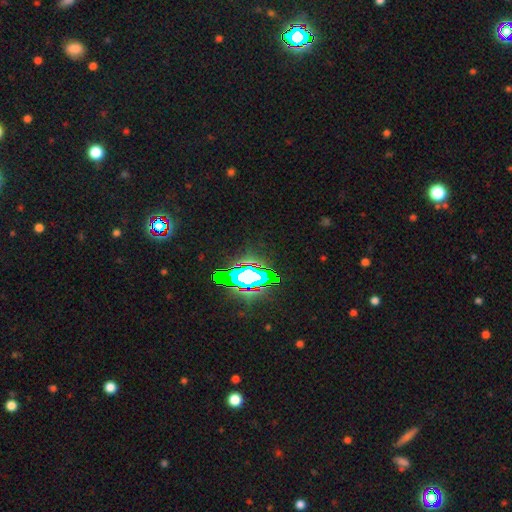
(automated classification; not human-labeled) Q: Smooth or featured?
A: star or artifact (77%); runner-up: smooth (12%)